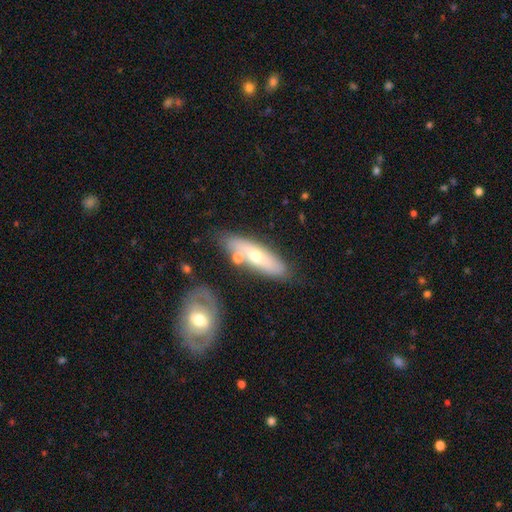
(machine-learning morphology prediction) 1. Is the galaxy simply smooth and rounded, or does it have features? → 48% smooth, 46% featured or disk, 7% star or artifact.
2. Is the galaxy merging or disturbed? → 68% none, 15% minor disturbance, 13% merger, 4% major disturbance.